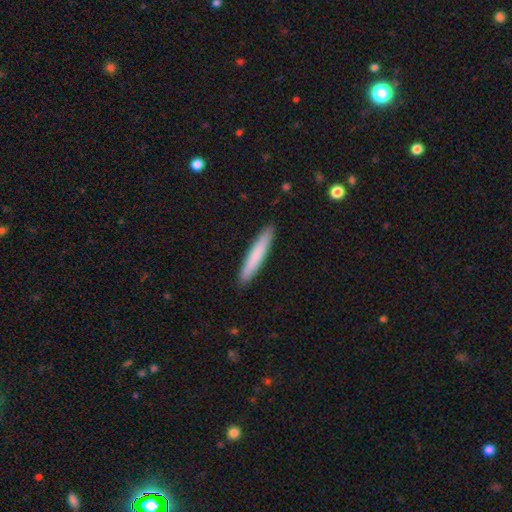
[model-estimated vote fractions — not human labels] Smooth or featured: smooth — 77% (featured or disk — 17%)
How rounded: cigar-shaped — 95% (in between — 4%)
Merging: none — 92% (minor disturbance — 6%)